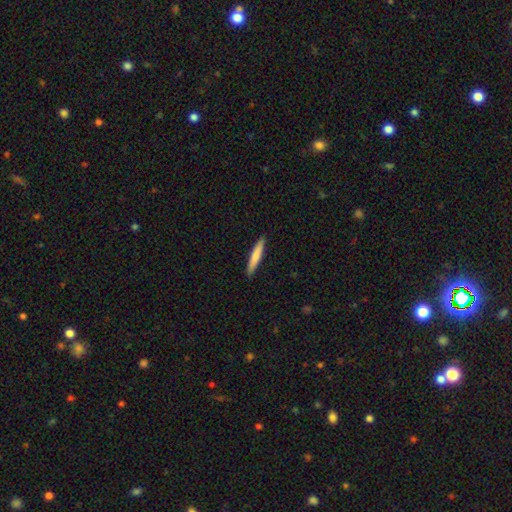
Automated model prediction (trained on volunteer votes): smooth 75%, featured or disk 20%, star or artifact 5%. Down the decision tree: how rounded — cigar-shaped (94%); merging — none (91%).